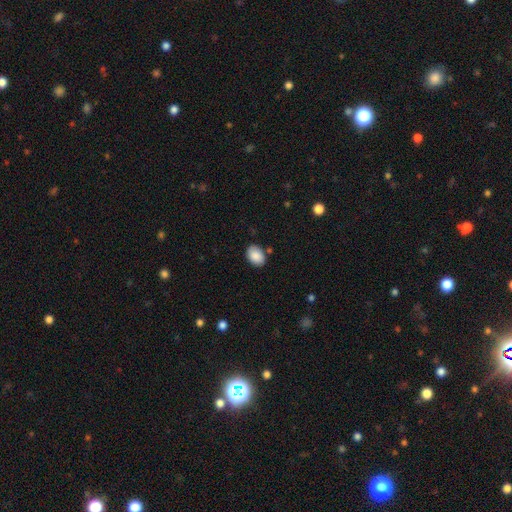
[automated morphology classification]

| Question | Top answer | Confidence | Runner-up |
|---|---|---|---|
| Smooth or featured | smooth | 89% | star or artifact (7%) |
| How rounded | in between | 80% | round (20%) |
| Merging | none | 82% | minor disturbance (12%) |